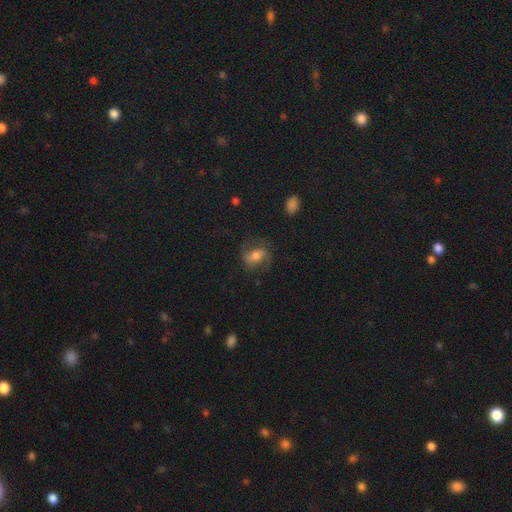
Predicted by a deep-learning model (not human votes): Smooth or featured?
  - featured or disk: 47% *
  - smooth: 43%
  - star or artifact: 10%
Merging?
  - none: 64% *
  - minor disturbance: 19%
  - major disturbance: 15%
  - merger: 2%